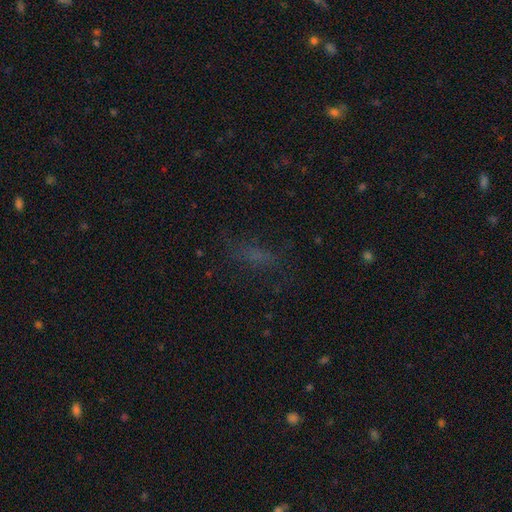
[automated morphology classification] This is possibly a smooth galaxy (49%). Merging: likely none (66%).